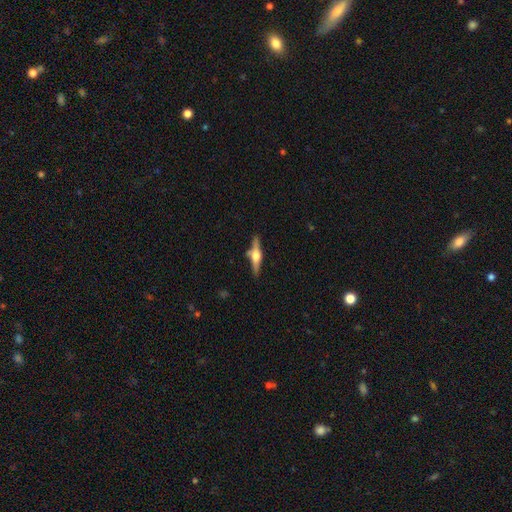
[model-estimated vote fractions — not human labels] This is likely a featured or disk galaxy (72%). It is clearly viewed edge-on (97%). Edge-on bulge: clearly rounded (94%). Merging: clearly none (81%).